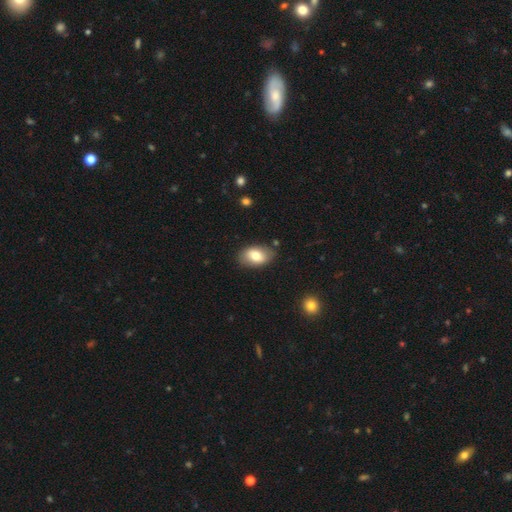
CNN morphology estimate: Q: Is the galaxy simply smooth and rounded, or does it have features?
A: smooth — 75%.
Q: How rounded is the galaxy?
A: in between — 89%.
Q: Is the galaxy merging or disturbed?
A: none — 81%.